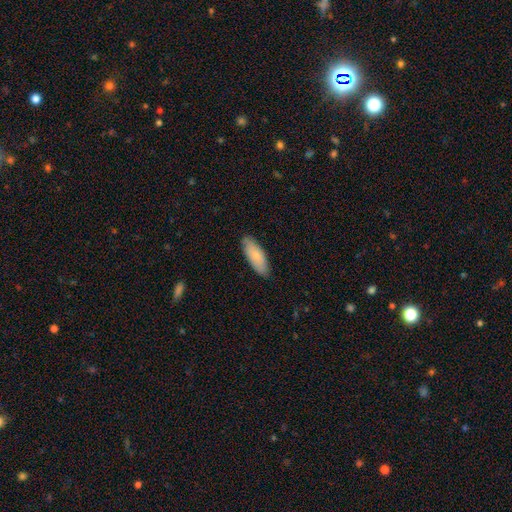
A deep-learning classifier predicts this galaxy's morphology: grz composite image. It shows a smooth galaxy with no disk features (76%) that is in between round and cigar-shaped (71%). Merging: none (84%).